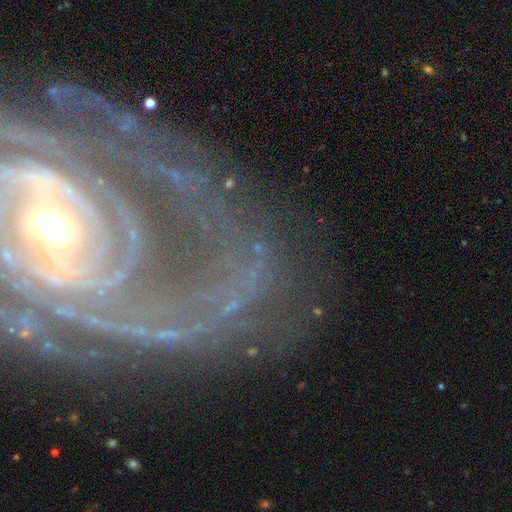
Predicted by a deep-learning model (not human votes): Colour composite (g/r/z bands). It shows a featured or disk galaxy (87%) with no bar (45%), tight (71%) spiral arms (92%) and a moderate central bulge (57%). Merging: none (67%).